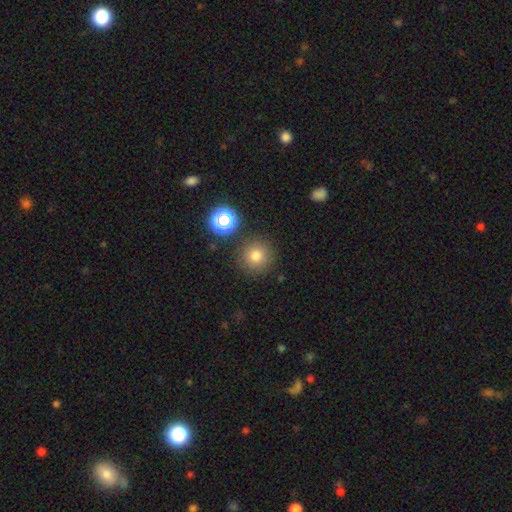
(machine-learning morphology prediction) smooth-or-featured: smooth: 76% | star or artifact: 16% | featured or disk: 8%
  how-rounded: round: 95% | in between: 4% | cigar-shaped: 1%
  merging: none: 86% | minor disturbance: 7% | merger: 4% | major disturbance: 3%